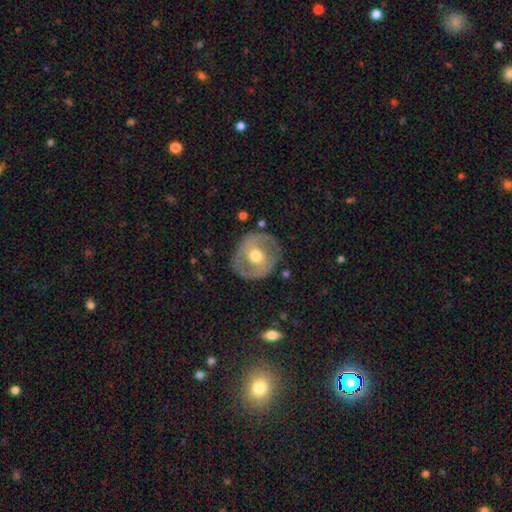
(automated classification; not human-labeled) Q: Smooth or featured?
A: featured or disk (63%); runner-up: smooth (31%)
Q: Edge-on disk?
A: no (95%); runner-up: yes (5%)
Q: Bar?
A: no (52%); runner-up: weak (32%)
Q: Spiral arms?
A: no (54%); runner-up: yes (46%)
Q: Bulge size?
A: moderate (79%); runner-up: small (11%)
Q: Merging?
A: none (80%); runner-up: minor disturbance (14%)